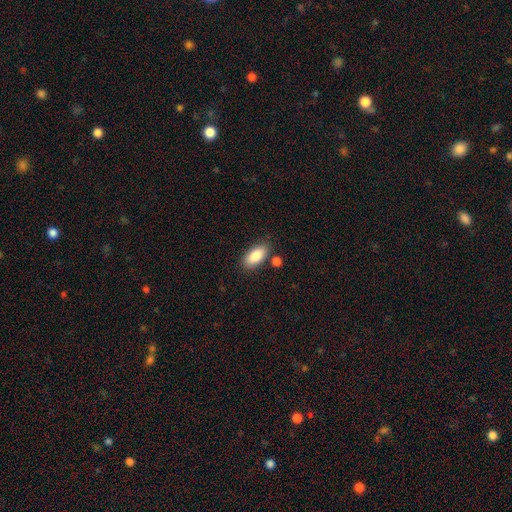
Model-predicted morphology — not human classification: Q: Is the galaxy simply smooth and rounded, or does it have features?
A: smooth — 85%.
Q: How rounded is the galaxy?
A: in between — 90%.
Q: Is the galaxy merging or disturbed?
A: none — 78%.